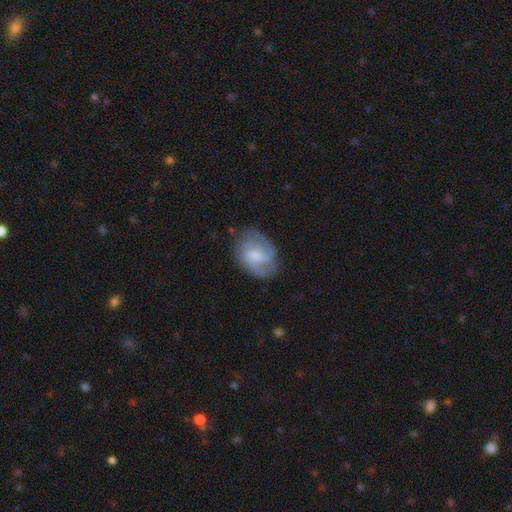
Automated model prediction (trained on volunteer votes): featured or disk 75%, smooth 19%, star or artifact 6%. Down the decision tree: edge-on disk — no (98%); bar — weak (51%); spiral arms — yes (93%); spiral arm count — 2 (40%); spiral winding — medium (47%); bulge size — small (54%); merging — none (68%).